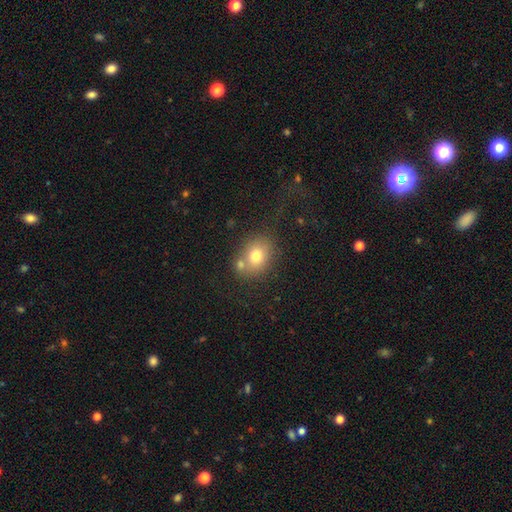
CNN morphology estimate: Smooth or featured? smooth (73%)
How rounded? round (53%)
Merging? none (56%)